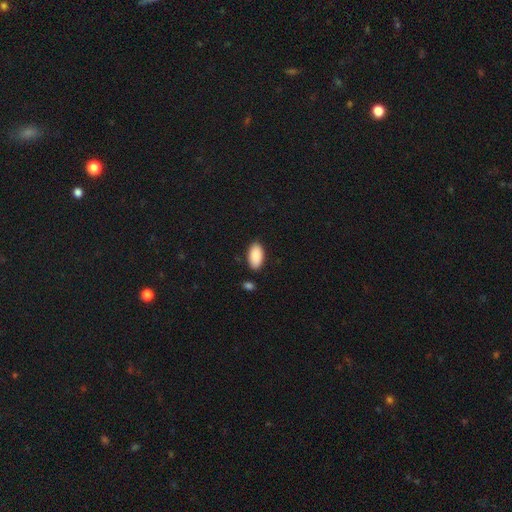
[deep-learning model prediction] Smooth or featured?
  - smooth: 90% *
  - star or artifact: 6%
  - featured or disk: 4%
How rounded?
  - in between: 95% *
  - cigar-shaped: 3%
  - round: 2%
Merging?
  - none: 86% *
  - minor disturbance: 9%
  - merger: 3%
  - major disturbance: 2%